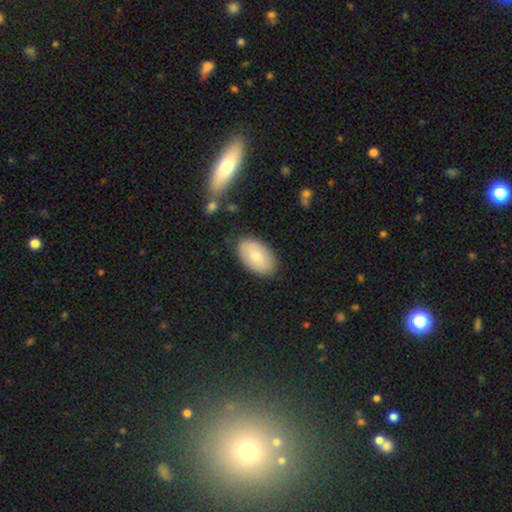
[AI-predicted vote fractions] Smooth or featured? Predicted: smooth (p=0.76). How rounded? Predicted: in between (p=0.94). Merging? Predicted: none (p=0.84).